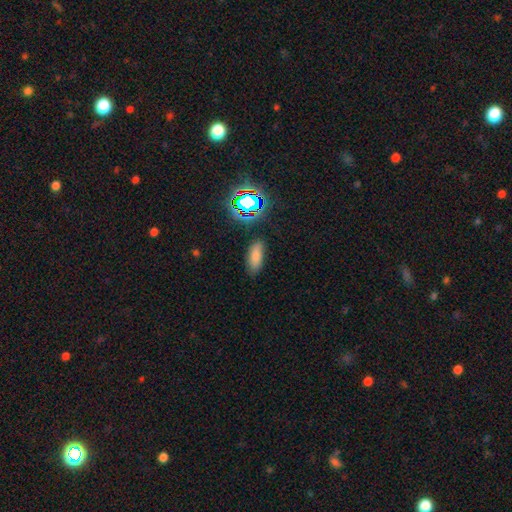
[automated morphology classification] Smooth or featured: smooth — 73% (star or artifact — 18%)
How rounded: in between — 82% (cigar-shaped — 14%)
Merging: none — 81% (minor disturbance — 13%)